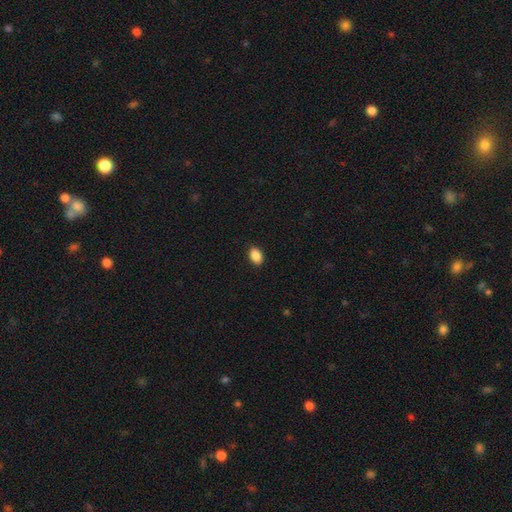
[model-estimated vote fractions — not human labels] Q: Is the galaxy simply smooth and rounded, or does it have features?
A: smooth — 88%.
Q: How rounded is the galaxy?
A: in between — 84%.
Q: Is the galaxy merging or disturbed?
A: none — 89%.